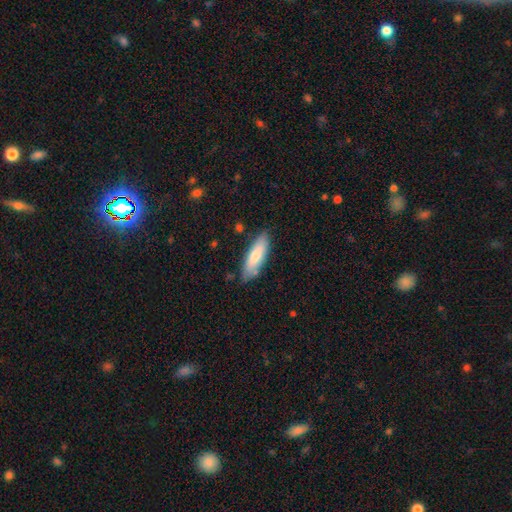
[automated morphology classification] A smooth galaxy with no disk features (73%) that is in between round and cigar-shaped (53%). Merging: none (81%).